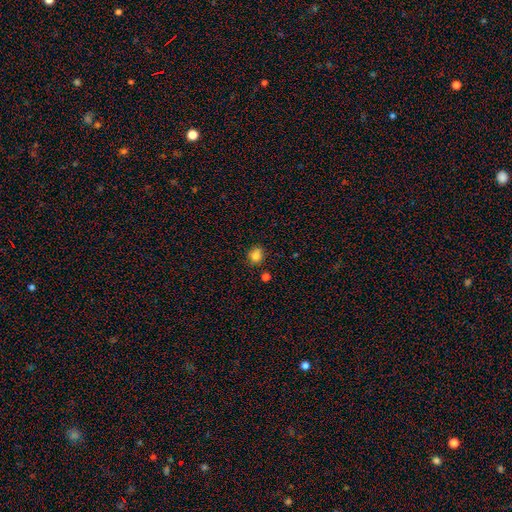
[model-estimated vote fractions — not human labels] The model was most divided on "how rounded": round: 75%, in between: 24%, cigar-shaped: 1%. More confident: merging — none (83%); smooth or featured — smooth (82%).